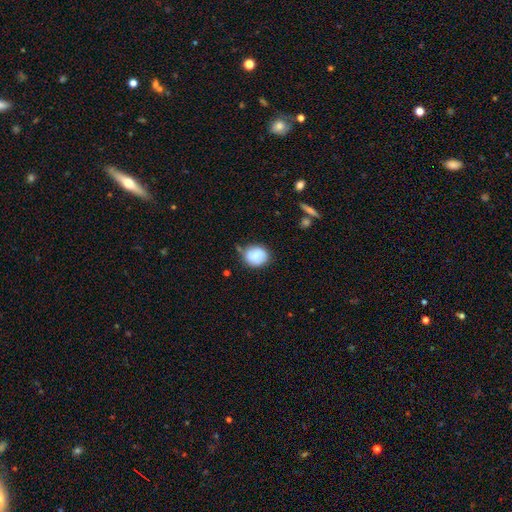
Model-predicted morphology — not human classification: smooth_or_featured: smooth (p=0.83) [alt: featured or disk p=0.09]
how_rounded: round (p=0.70) [alt: in between p=0.29]
merging: none (p=0.62) [alt: minor disturbance p=0.28]